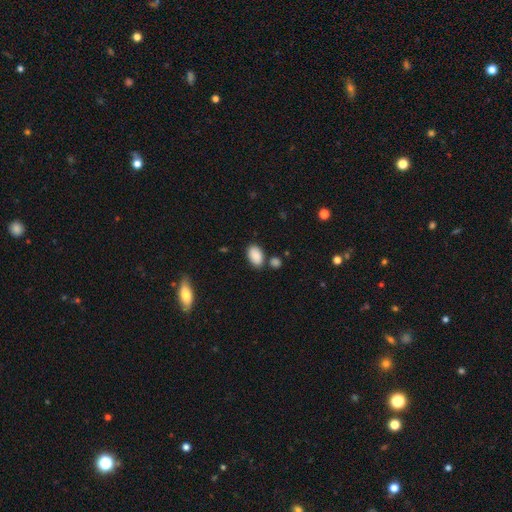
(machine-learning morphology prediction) smooth 88%, star or artifact 8%, featured or disk 4%. Down the decision tree: how rounded — in between (91%); merging — none (73%).